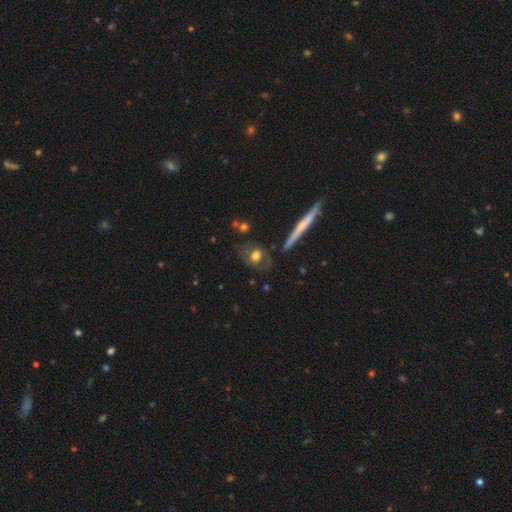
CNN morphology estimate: The model was most divided on "smooth or featured": featured or disk: 46%, smooth: 45%, star or artifact: 9%. More confident: merging — none (65%).